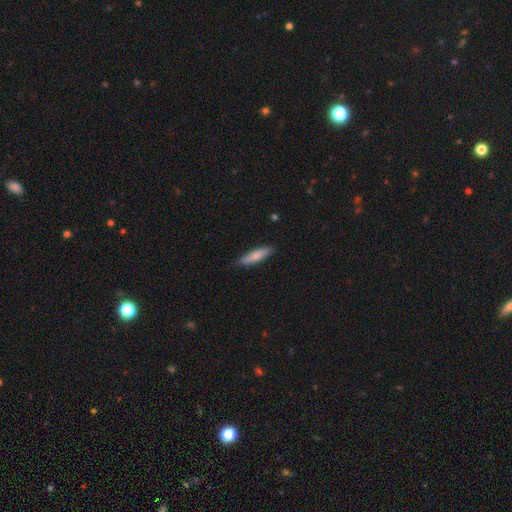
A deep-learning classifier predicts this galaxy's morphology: Overall: smooth (77%). How rounded: cigar-shaped (73%). Merging: none (82%).